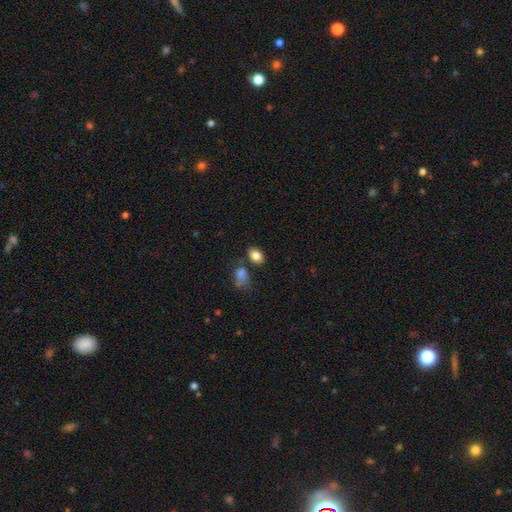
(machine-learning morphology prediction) Q: Smooth or featured?
A: smooth (84%); runner-up: star or artifact (9%)
Q: How rounded?
A: in between (74%); runner-up: round (25%)
Q: Merging?
A: none (69%); runner-up: minor disturbance (14%)